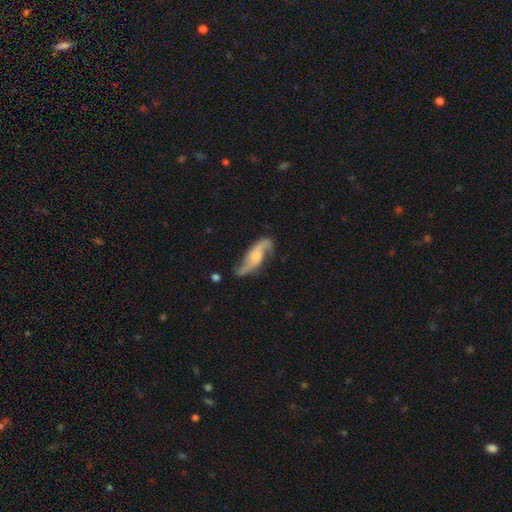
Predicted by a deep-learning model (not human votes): featured or disk 79%, smooth 15%, star or artifact 6%. Down the decision tree: edge-on disk — no (87%); bar — no (57%); spiral arms — yes (95%); spiral arm count — 2 (91%); spiral winding — loose (77%); bulge size — moderate (41%); merging — none (71%).